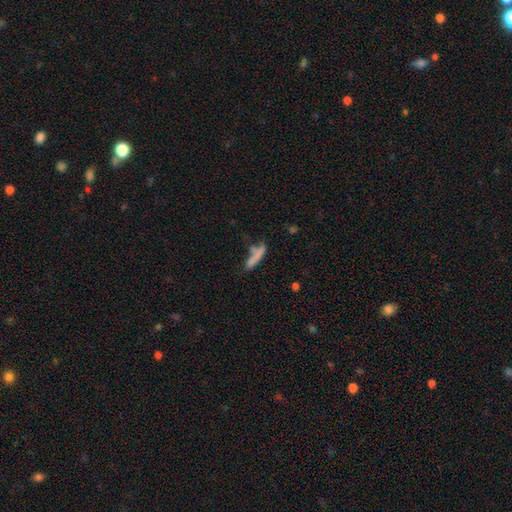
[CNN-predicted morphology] smooth_or_featured: smooth (p=0.71) [alt: featured or disk p=0.19]
how_rounded: cigar-shaped (p=0.76) [alt: in between p=0.22]
merging: none (p=0.45) [alt: merger p=0.23]